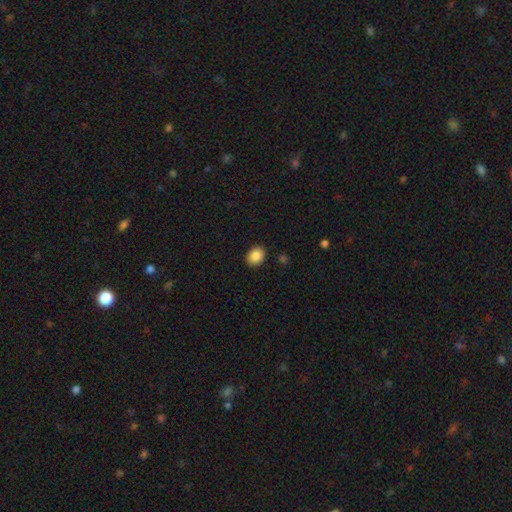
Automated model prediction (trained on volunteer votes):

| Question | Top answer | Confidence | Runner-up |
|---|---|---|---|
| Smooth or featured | smooth | 88% | star or artifact (8%) |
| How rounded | in between | 52% | round (47%) |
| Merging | none | 88% | minor disturbance (8%) |